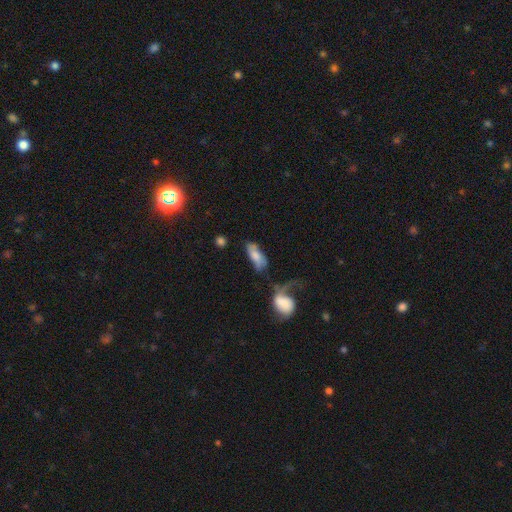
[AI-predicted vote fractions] This is likely a smooth galaxy (63%). How rounded: likely in between (80%). Merging: marginally none (40%).